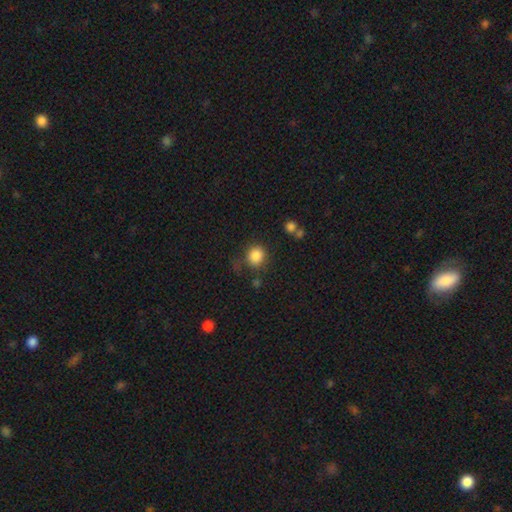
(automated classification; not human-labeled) Smooth or featured? Predicted: smooth (p=0.85). How rounded? Predicted: round (p=0.83). Merging? Predicted: none (p=0.72).